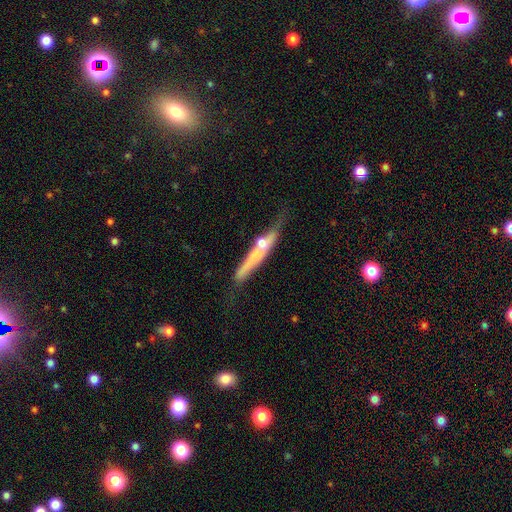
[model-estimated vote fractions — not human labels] A featured or disk galaxy (55%) viewed edge-on (84%).

Vote fractions:
- Smooth or featured? featured or disk: 55% / smooth: 38% / star or artifact: 7%
- Edge-on disk? yes: 84% / no: 16%
- Merging? none: 49% / minor disturbance: 25% / merger: 14% / major disturbance: 11%